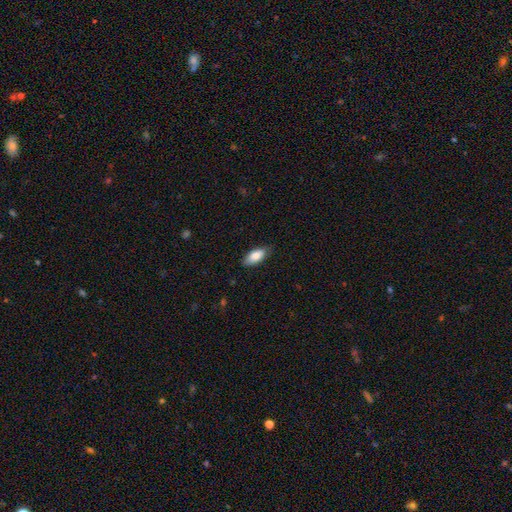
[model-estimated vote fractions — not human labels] Smooth or featured? Predicted: smooth (p=0.83). How rounded? Predicted: in between (p=0.87). Merging? Predicted: none (p=0.82).